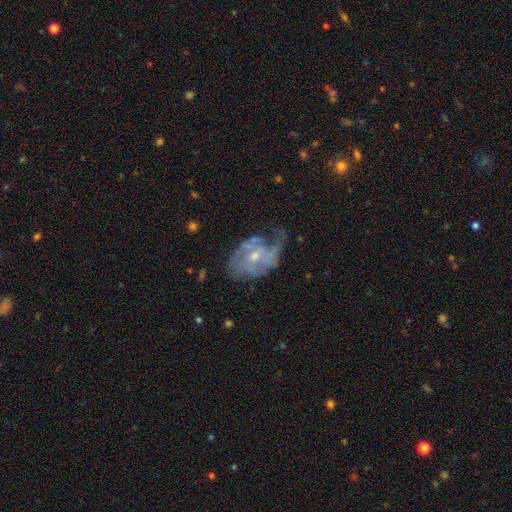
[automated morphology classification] Smooth or featured: featured or disk — 75% (smooth — 18%)
Edge-on disk: no — 97% (yes — 3%)
Bar: no — 60% (weak — 35%)
Spiral arms: yes — 78% (no — 22%)
Spiral winding: medium — 38% (loose — 32%)
Spiral arm count: can't tell — 34% (2 — 30%)
Bulge size: small — 55% (moderate — 40%)
Merging: none — 36% (major disturbance — 33%)